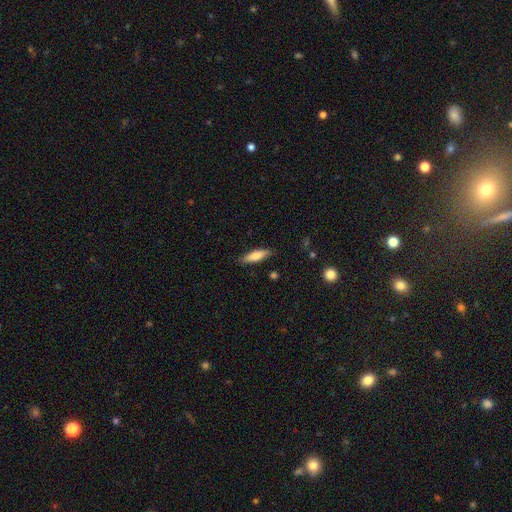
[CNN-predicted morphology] This appears to be a smooth galaxy with no disk features (71%) that is cigar-shaped (62%). Merging: none (85%).